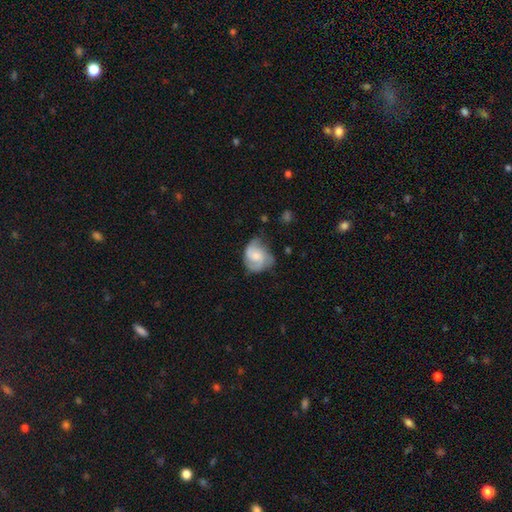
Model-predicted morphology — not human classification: The model was most divided on "bulge size": moderate: 45%, small: 42%, none: 7%, large: 5%, dominant: 1%. Remaining: edge-on disk — no (98%); spiral arms — yes (86%); bar — no (68%); smooth or featured — featured or disk (59%); merging — none (48%).